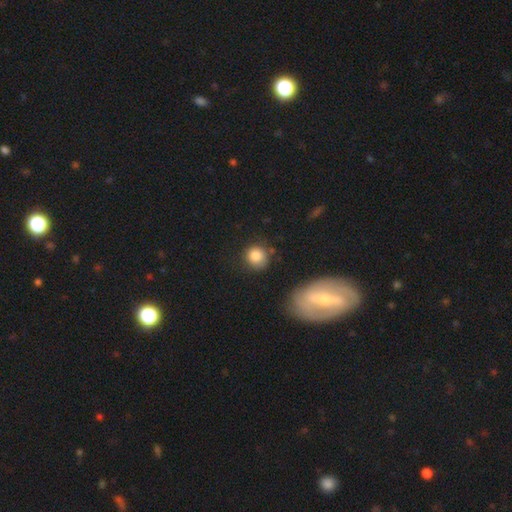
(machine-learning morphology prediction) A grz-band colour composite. It shows a smooth galaxy with no disk features (85%) that is round (88%). Merging: none (75%).